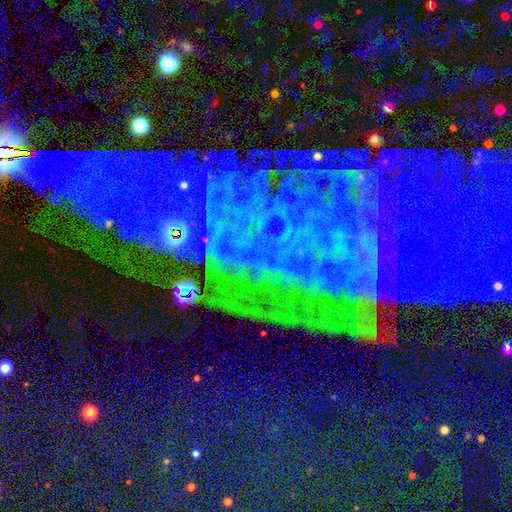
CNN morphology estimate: Smooth or featured? star or artifact (75%)